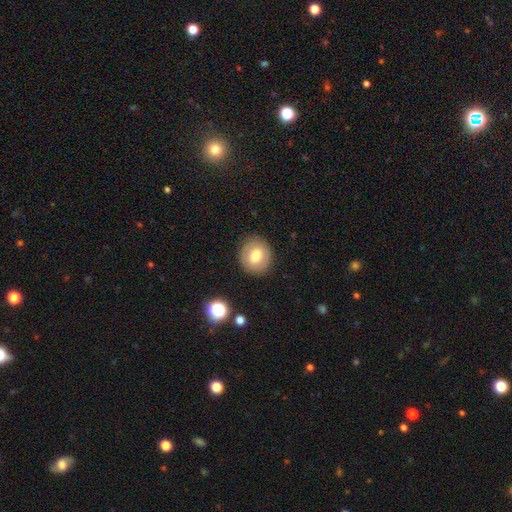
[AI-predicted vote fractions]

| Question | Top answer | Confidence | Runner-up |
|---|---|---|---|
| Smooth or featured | smooth | 72% | featured or disk (19%) |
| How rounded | round | 77% | in between (22%) |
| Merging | none | 87% | minor disturbance (9%) |